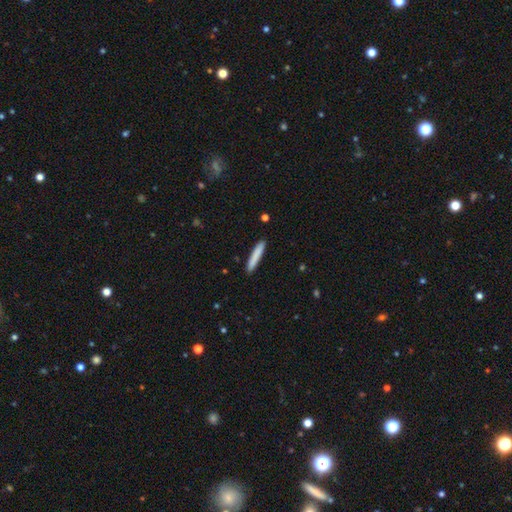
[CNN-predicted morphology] Overall: smooth (83%). How rounded: cigar-shaped (93%). Merging: none (90%).